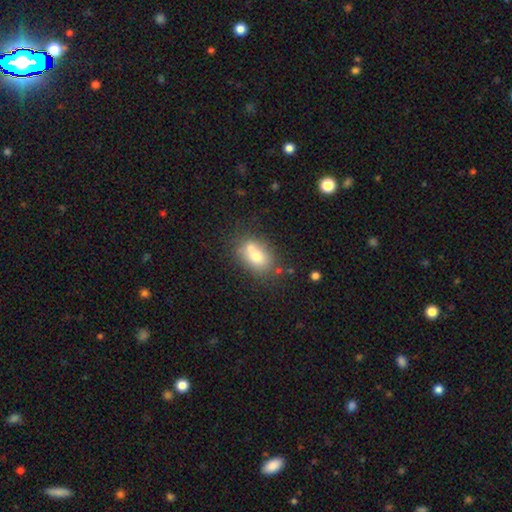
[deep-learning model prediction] Smooth or featured? Predicted: smooth (p=0.69). How rounded? Predicted: in between (p=0.69). Merging? Predicted: none (p=0.48).